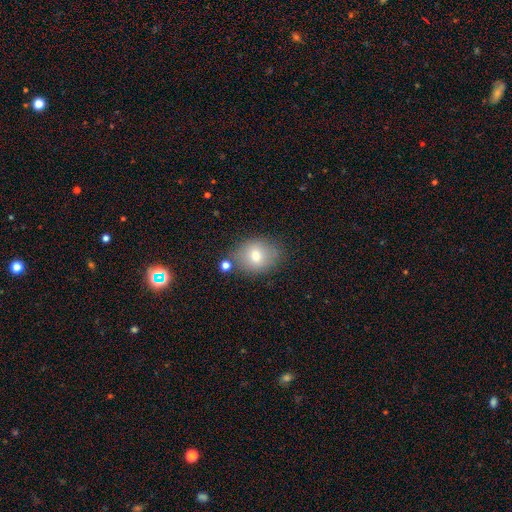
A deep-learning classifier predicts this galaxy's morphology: smooth-or-featured: smooth: 75% | featured or disk: 15% | star or artifact: 10%
  how-rounded: in between: 58% | round: 41% | cigar-shaped: 1%
  merging: none: 74% | minor disturbance: 15% | merger: 7% | major disturbance: 4%